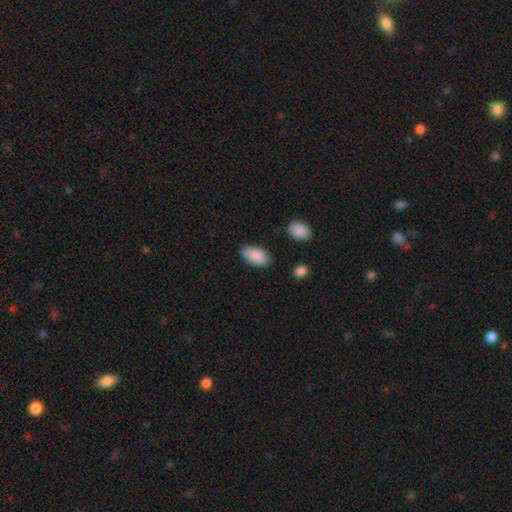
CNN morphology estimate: This is clearly a smooth galaxy (89%). How rounded: clearly in between (94%). Merging: clearly none (82%).